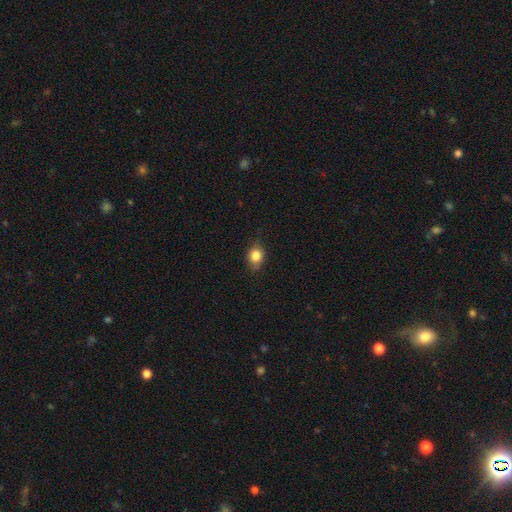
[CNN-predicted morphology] smooth 82%, star or artifact 10%, featured or disk 8%. Down the decision tree: how rounded — round (55%); merging — none (74%).